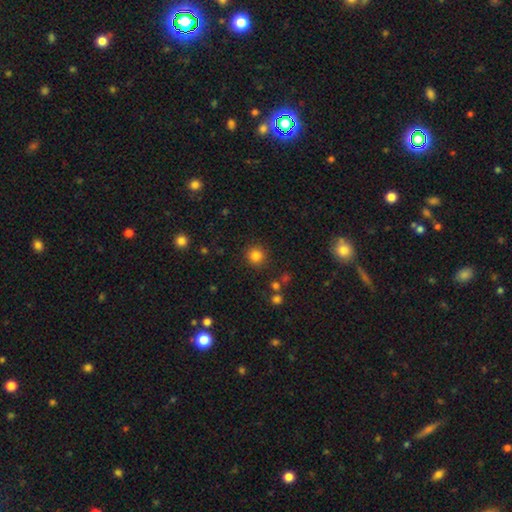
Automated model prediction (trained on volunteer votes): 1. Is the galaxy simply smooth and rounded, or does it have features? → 83% smooth, 12% star or artifact, 5% featured or disk.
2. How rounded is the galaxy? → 94% round, 5% in between, 1% cigar-shaped.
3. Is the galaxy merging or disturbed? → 89% none, 6% minor disturbance, 3% major disturbance, 2% merger.